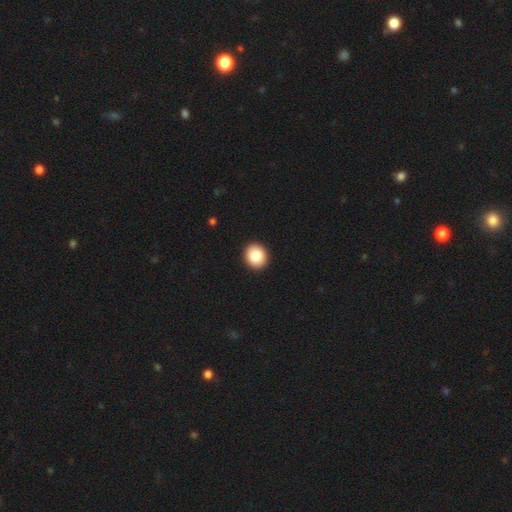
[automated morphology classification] A smooth galaxy with no disk features (87%) that is round (77%). Merging: none (93%).